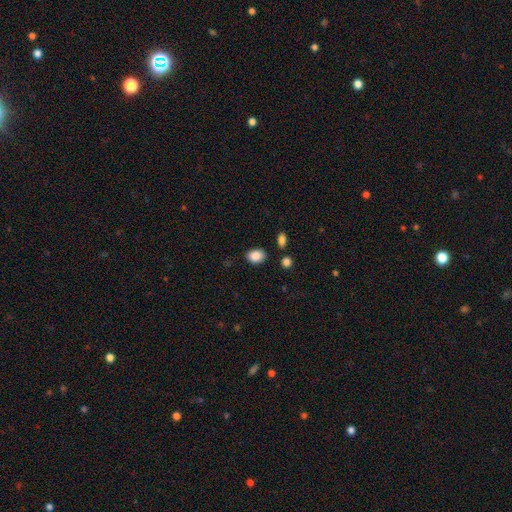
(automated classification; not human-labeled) smooth 87%, star or artifact 8%, featured or disk 5%. Down the decision tree: how rounded — in between (75%); merging — none (81%).